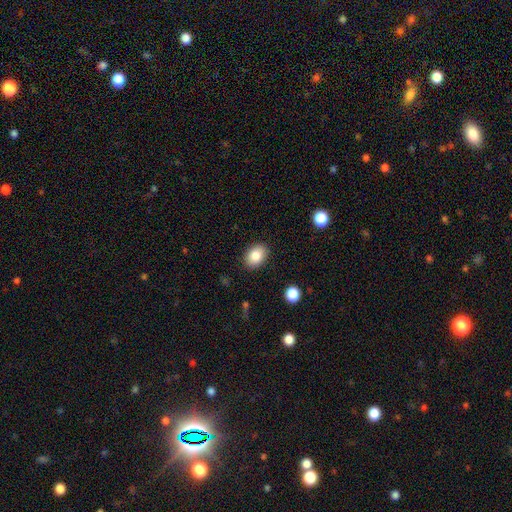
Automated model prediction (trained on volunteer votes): smooth 85%, star or artifact 8%, featured or disk 7%. Down the decision tree: how rounded — in between (78%); merging — none (88%).